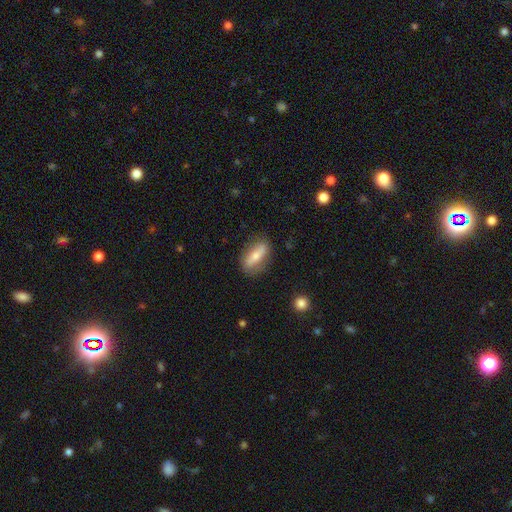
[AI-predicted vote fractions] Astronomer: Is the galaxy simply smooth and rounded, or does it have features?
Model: smooth — 53% (runner-up: featured or disk, 40%).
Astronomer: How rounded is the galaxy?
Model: in between — 60%.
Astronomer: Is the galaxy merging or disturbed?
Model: none — 81%.